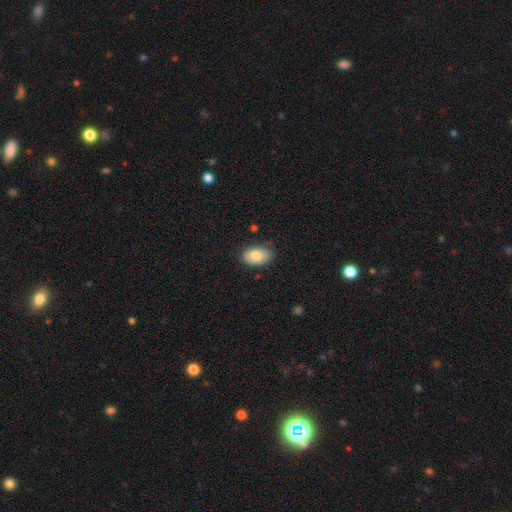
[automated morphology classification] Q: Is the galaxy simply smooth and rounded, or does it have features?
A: smooth — 80%.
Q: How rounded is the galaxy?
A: in between — 92%.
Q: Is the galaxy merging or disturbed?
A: none — 78%.